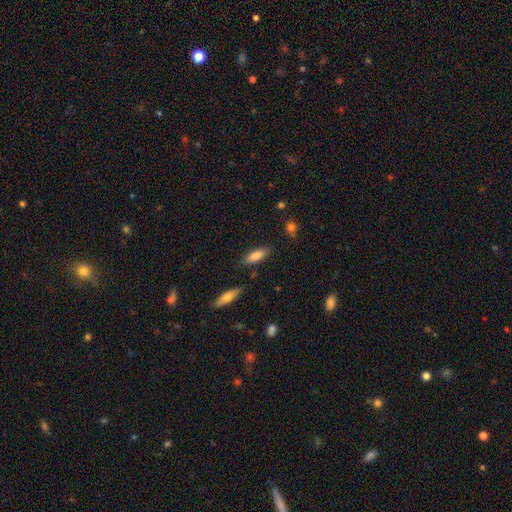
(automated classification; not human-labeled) A smooth galaxy with no disk features (82%) that is in between round and cigar-shaped (68%). Merging: none (81%).